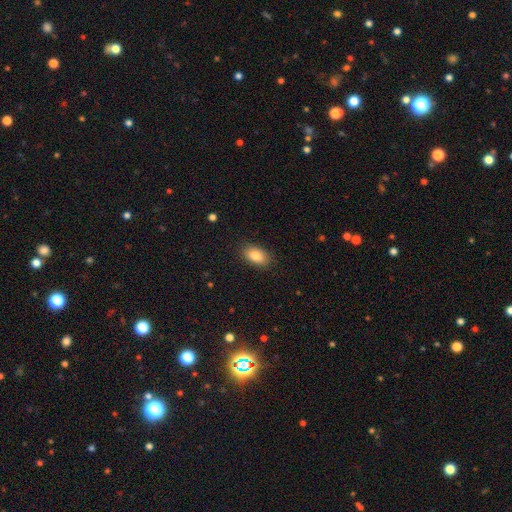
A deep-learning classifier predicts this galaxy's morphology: Smooth or featured? smooth (85%)
How rounded? in between (91%)
Merging? none (87%)